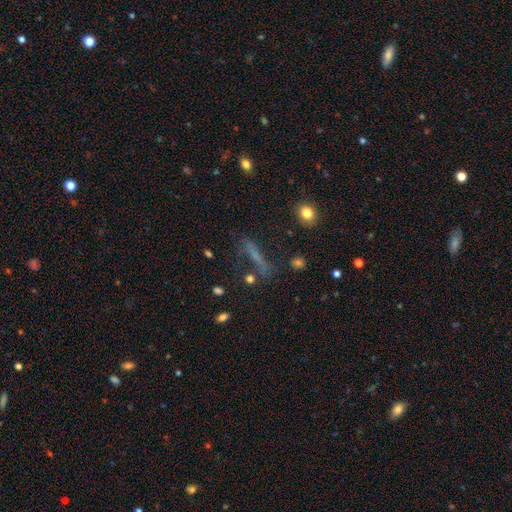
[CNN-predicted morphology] Smooth or featured? smooth (42%)
Merging? none (61%)